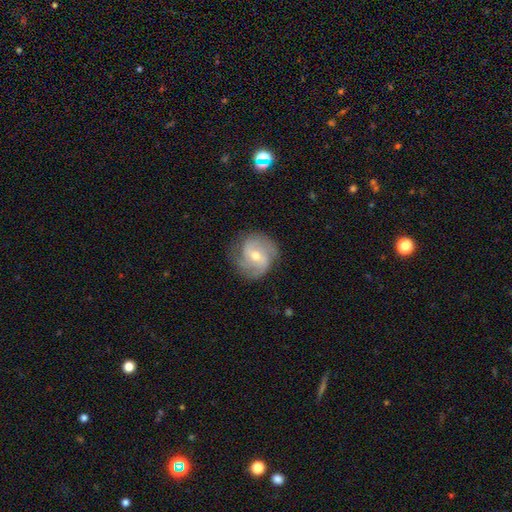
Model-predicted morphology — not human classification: Smooth or featured? Predicted: featured or disk (p=0.80). Edge-on disk? Predicted: no (p=0.98). Bar? Predicted: weak (p=0.46). Spiral arms? Predicted: yes (p=0.95). Spiral winding? Predicted: medium (p=0.48). Spiral arm count? Predicted: 2 (p=0.56). Bulge size? Predicted: moderate (p=0.53). Merging? Predicted: none (p=0.78).